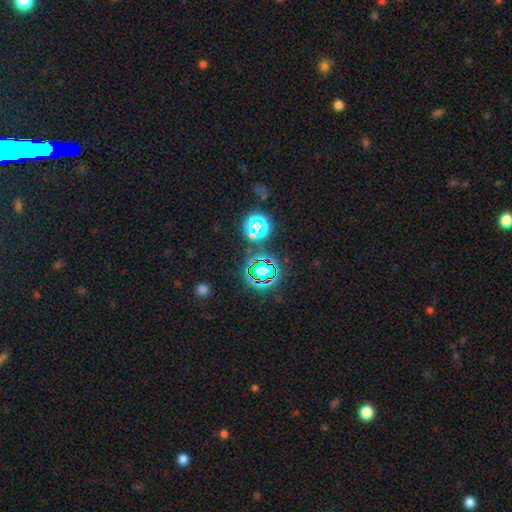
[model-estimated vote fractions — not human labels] star or artifact 69%, smooth 23%, featured or disk 8%.